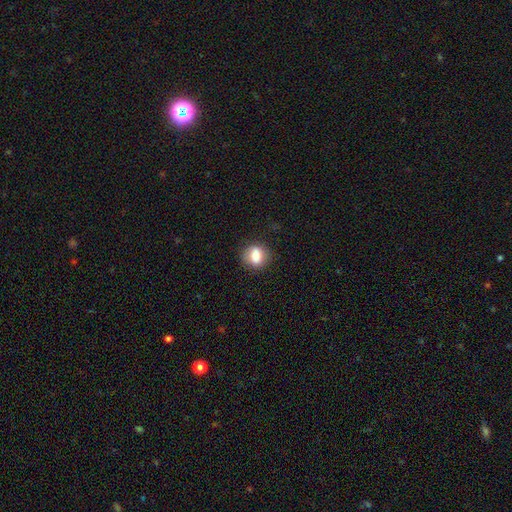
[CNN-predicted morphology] A smooth galaxy with no disk features (80%) that is round (56%). Merging: none (82%).